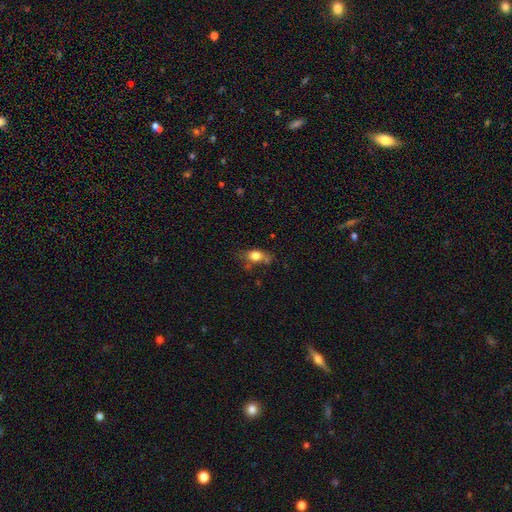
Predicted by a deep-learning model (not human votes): This appears to be a smooth galaxy with no disk features (76%) that is in between round and cigar-shaped (71%). Merging: none (53%).